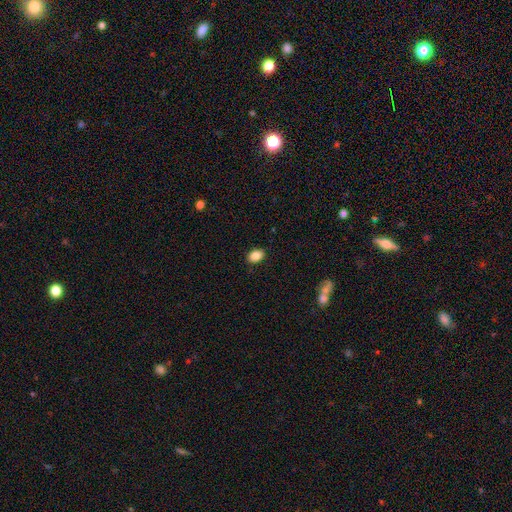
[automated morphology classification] Q: Smooth or featured?
A: smooth (88%); runner-up: star or artifact (8%)
Q: How rounded?
A: in between (82%); runner-up: round (17%)
Q: Merging?
A: none (89%); runner-up: minor disturbance (8%)